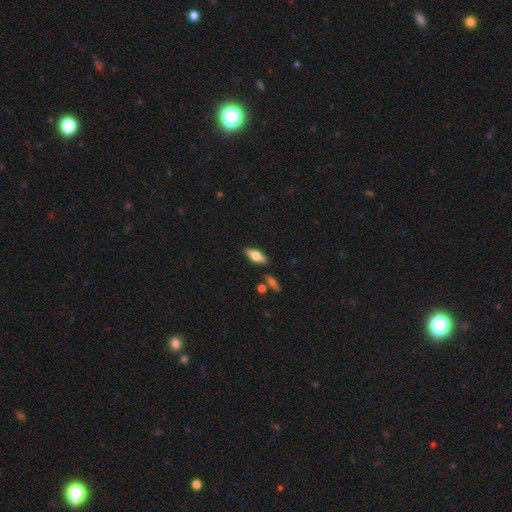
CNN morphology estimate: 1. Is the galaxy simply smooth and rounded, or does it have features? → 56% smooth, 37% featured or disk, 7% star or artifact.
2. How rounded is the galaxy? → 72% in between, 25% cigar-shaped, 3% round.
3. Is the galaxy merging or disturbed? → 84% none, 10% minor disturbance, 3% merger, 2% major disturbance.